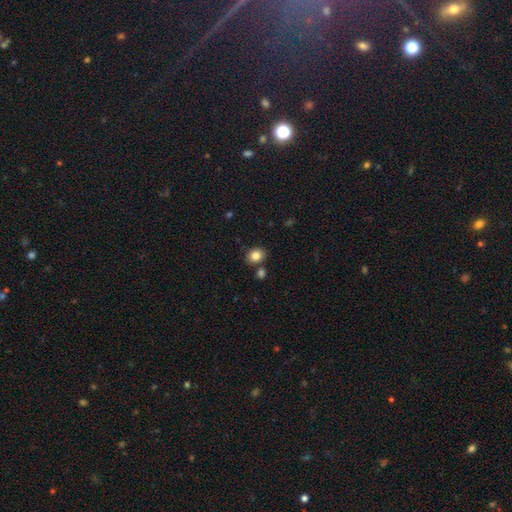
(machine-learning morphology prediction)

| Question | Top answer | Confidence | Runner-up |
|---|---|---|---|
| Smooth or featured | smooth | 83% | star or artifact (10%) |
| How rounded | round | 55% | in between (44%) |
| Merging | none | 79% | minor disturbance (10%) |